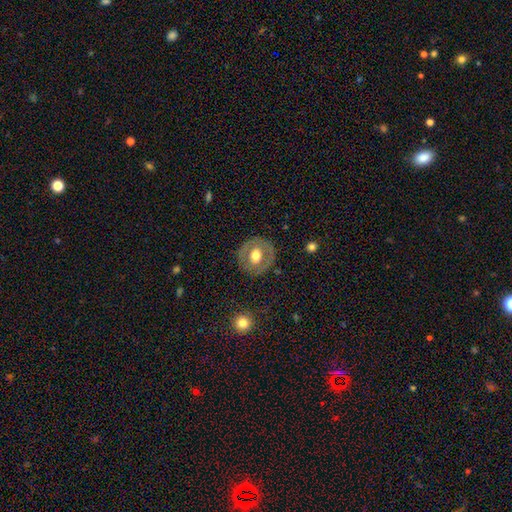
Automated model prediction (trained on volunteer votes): Smooth or featured? Predicted: smooth (p=0.47). Merging? Predicted: none (p=0.84).